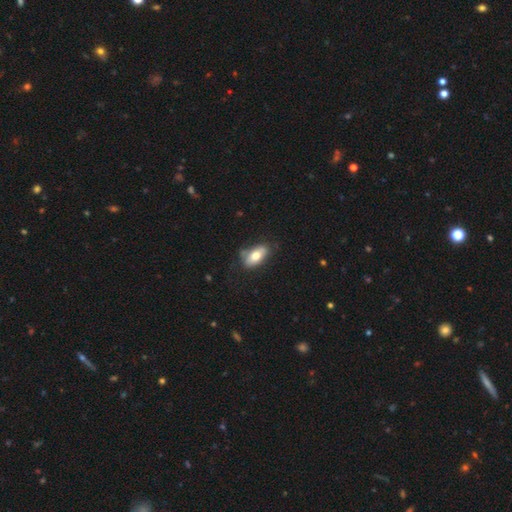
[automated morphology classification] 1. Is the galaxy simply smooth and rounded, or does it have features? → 73% smooth, 21% featured or disk, 7% star or artifact.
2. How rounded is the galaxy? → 89% in between, 7% cigar-shaped, 4% round.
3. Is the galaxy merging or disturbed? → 66% none, 24% minor disturbance, 6% major disturbance, 3% merger.